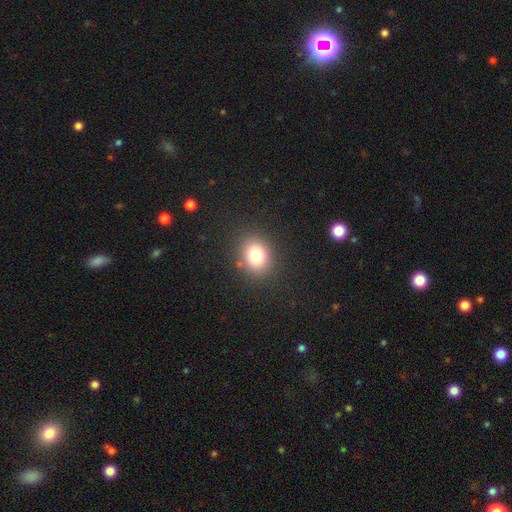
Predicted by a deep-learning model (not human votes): Smooth or featured? Predicted: smooth (p=0.77). How rounded? Predicted: round (p=0.62). Merging? Predicted: none (p=0.87).